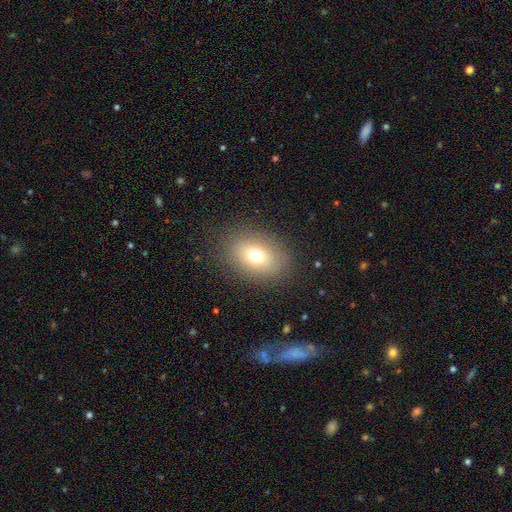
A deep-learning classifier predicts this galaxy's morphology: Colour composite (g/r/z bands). It shows a smooth galaxy with no disk features (72%) that is in between round and cigar-shaped (68%). Merging: none (85%).